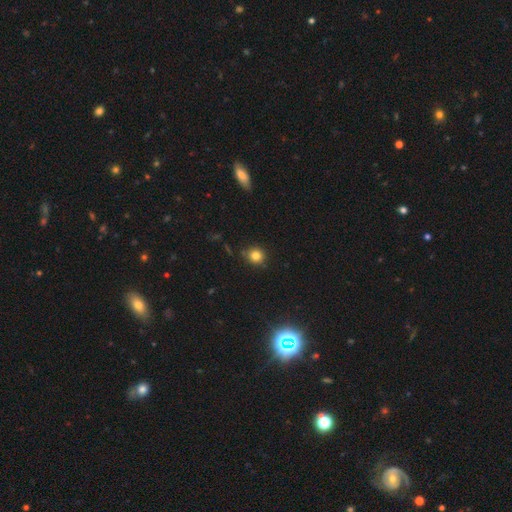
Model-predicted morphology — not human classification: type=smooth (81%); roundness=round (88%); merging=none (83%).